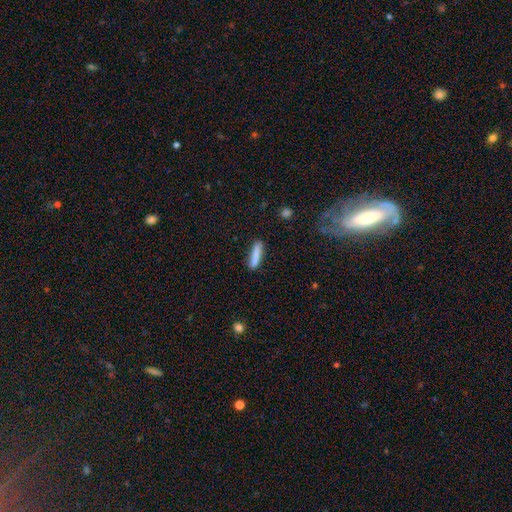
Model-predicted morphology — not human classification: The model was most divided on "how rounded": cigar-shaped: 84%, in between: 15%, round: 2%. More confident: merging — none (86%); smooth or featured — smooth (84%).